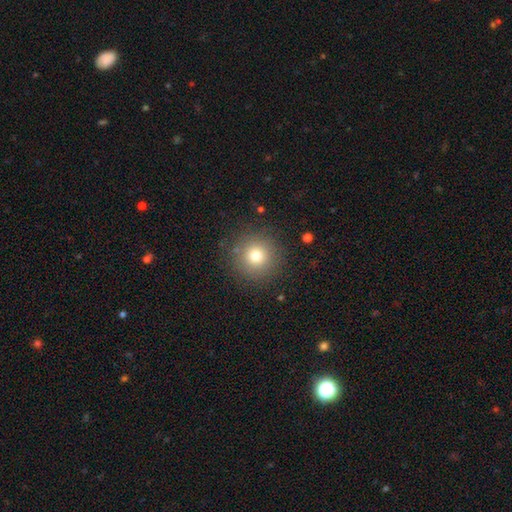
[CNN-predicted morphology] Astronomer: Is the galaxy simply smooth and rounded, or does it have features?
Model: smooth — 75%.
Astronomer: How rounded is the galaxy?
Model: round — 95%.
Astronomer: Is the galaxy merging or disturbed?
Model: none — 87%.